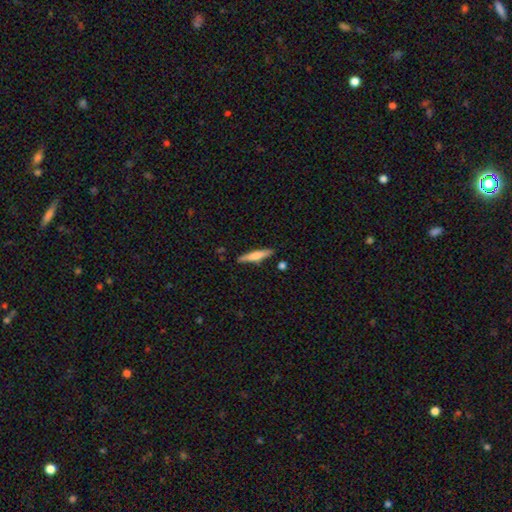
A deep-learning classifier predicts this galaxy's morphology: Smooth or featured? smooth (56%)
How rounded? cigar-shaped (86%)
Merging? none (86%)